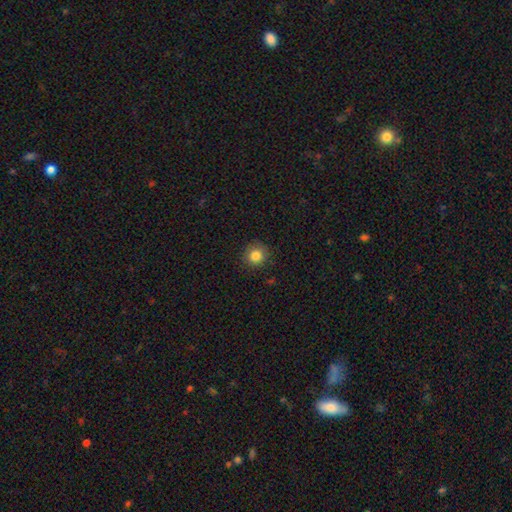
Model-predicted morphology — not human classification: Overall: smooth (84%). How rounded: round (92%). Merging: none (87%).